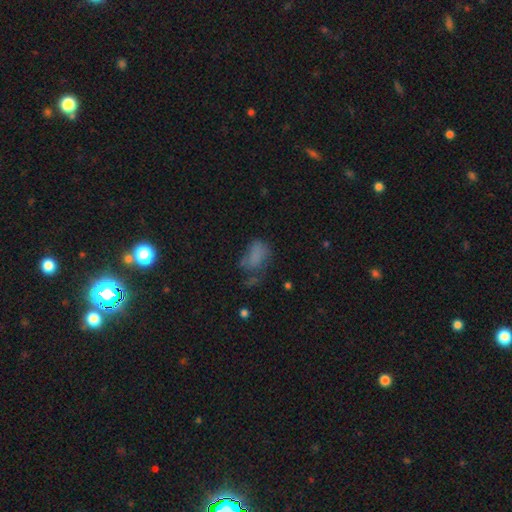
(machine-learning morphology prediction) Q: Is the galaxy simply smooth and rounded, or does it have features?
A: smooth — 67%.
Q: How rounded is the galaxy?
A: in between — 86%.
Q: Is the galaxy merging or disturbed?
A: none — 33%.